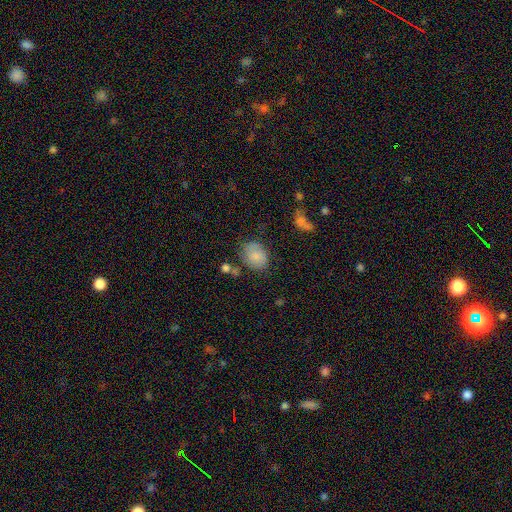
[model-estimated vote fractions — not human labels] A smooth galaxy with no disk features (80%) that is in between round and cigar-shaped (61%). Merging: none (64%).